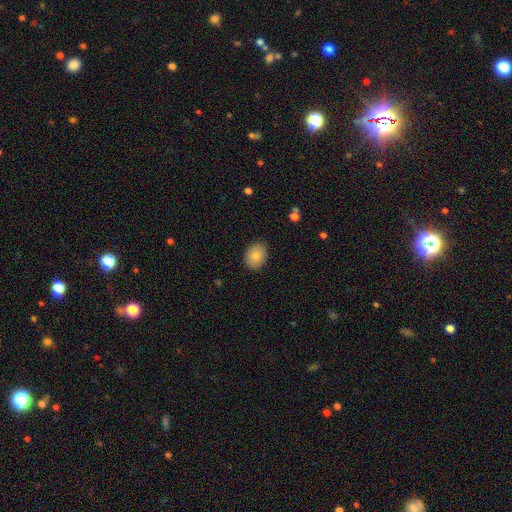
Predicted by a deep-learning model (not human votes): smooth-or-featured: smooth: 83% | featured or disk: 10% | star or artifact: 8%
  how-rounded: in between: 68% | round: 31% | cigar-shaped: 1%
  merging: none: 86% | minor disturbance: 11% | major disturbance: 2% | merger: 1%